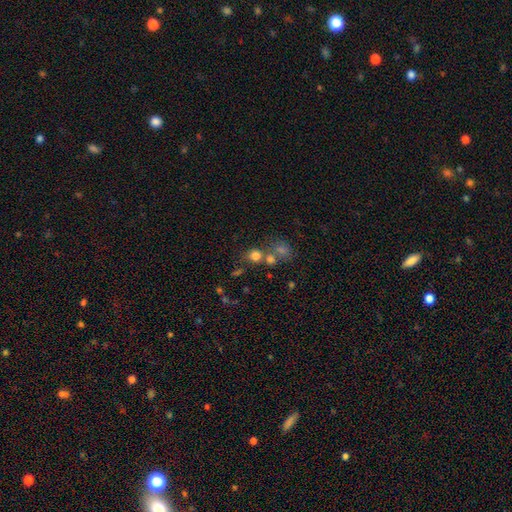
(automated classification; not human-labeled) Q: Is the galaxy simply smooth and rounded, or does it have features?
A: smooth — 75%.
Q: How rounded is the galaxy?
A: round — 82%.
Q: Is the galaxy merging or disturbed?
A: none — 55%.